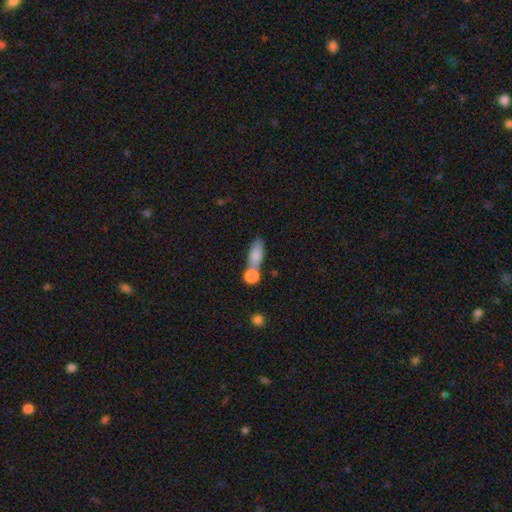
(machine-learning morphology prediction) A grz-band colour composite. It shows a smooth galaxy with no disk features (80%) that is in between round and cigar-shaped (69%). Merging: none (44%).